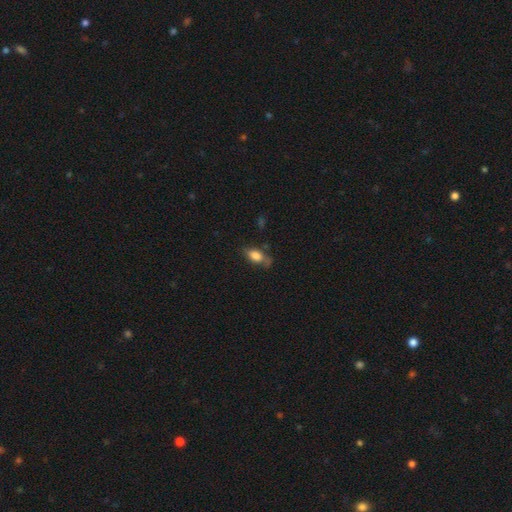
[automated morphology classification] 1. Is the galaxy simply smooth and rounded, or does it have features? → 76% smooth, 15% featured or disk, 8% star or artifact.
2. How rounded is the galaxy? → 83% in between, 10% cigar-shaped, 7% round.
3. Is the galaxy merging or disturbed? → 56% none, 29% minor disturbance, 10% major disturbance, 4% merger.